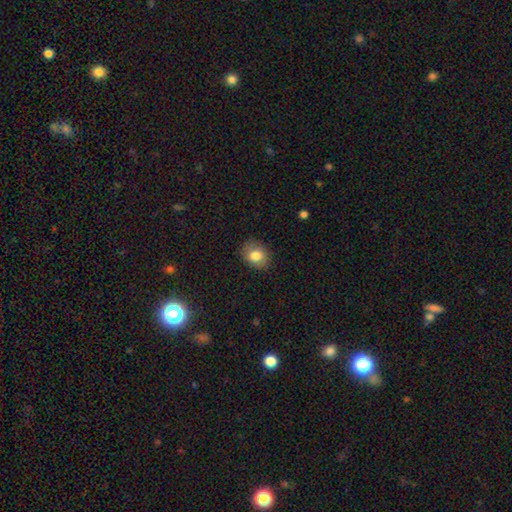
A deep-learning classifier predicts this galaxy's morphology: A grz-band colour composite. It shows a smooth galaxy with no disk features (81%) that is in between round and cigar-shaped (58%). Merging: none (84%).